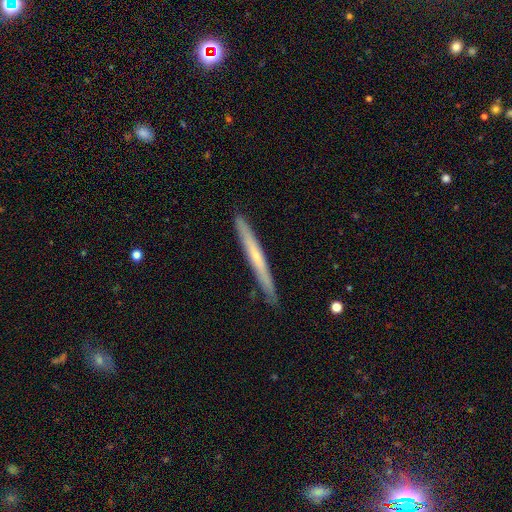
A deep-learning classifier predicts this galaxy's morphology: A featured or disk galaxy (52%) viewed edge-on (96%).

Vote fractions:
- Smooth or featured? featured or disk: 52% / smooth: 42% / star or artifact: 6%
- Edge-on disk? yes: 96% / no: 4%
- Merging? none: 89% / minor disturbance: 9% / major disturbance: 1% / merger: 1%